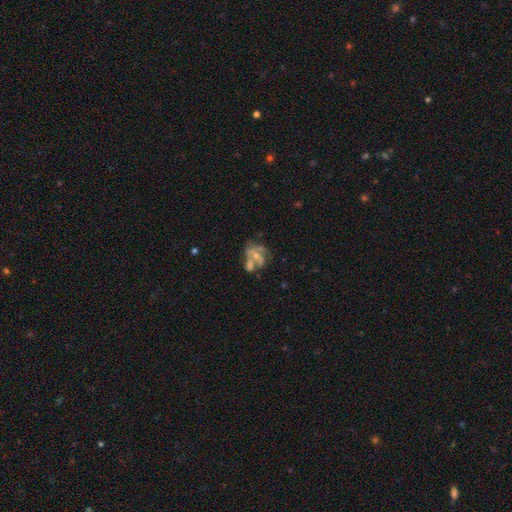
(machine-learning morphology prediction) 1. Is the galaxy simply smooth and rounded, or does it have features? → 56% featured or disk, 33% smooth, 11% star or artifact.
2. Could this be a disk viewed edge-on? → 97% no, 3% yes.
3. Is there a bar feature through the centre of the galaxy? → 69% no, 24% weak, 8% strong.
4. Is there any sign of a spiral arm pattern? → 53% no, 47% yes.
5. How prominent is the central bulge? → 46% small, 40% moderate, 10% none, 3% large, 1% dominant.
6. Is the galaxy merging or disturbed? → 42% merger, 26% none, 18% major disturbance, 14% minor disturbance.